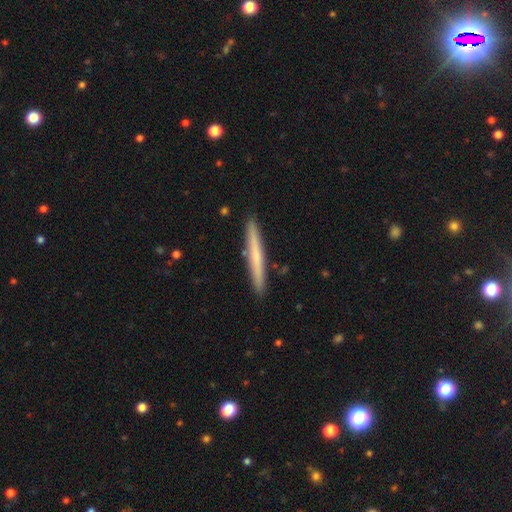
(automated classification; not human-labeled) Smooth or featured? smooth (56%)
How rounded? cigar-shaped (97%)
Merging? none (91%)